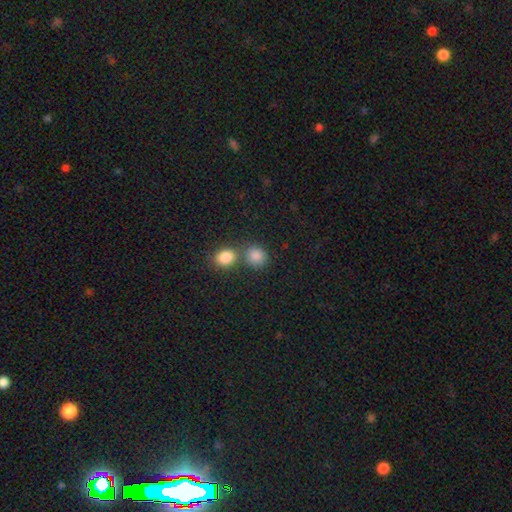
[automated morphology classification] This appears to be a smooth galaxy with no disk features (85%) that is round (71%). Merging: none (54%).